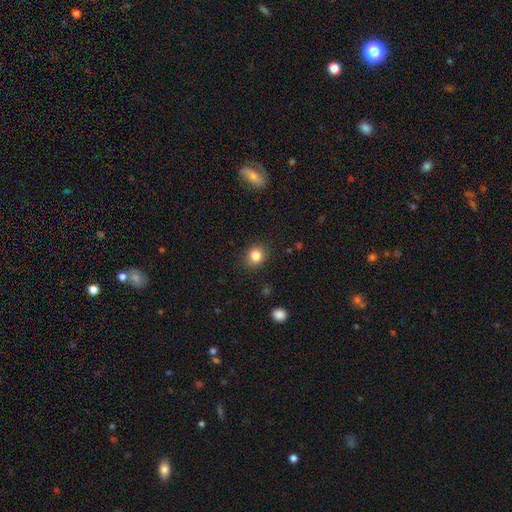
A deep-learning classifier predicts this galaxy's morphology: This appears to be a smooth galaxy with no disk features (83%) that is round (76%). Merging: none (88%).